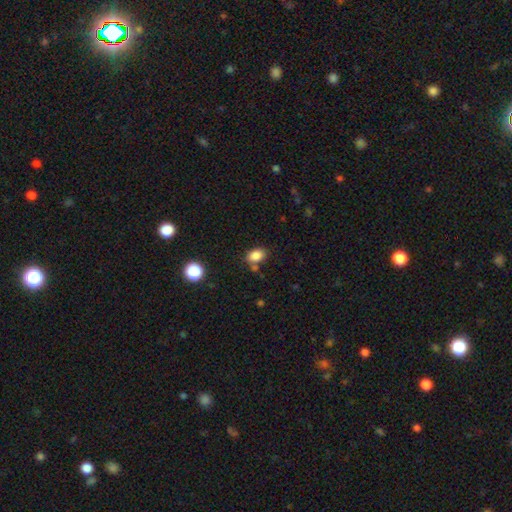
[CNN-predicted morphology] Smooth or featured? smooth (85%)
How rounded? in between (79%)
Merging? none (73%)